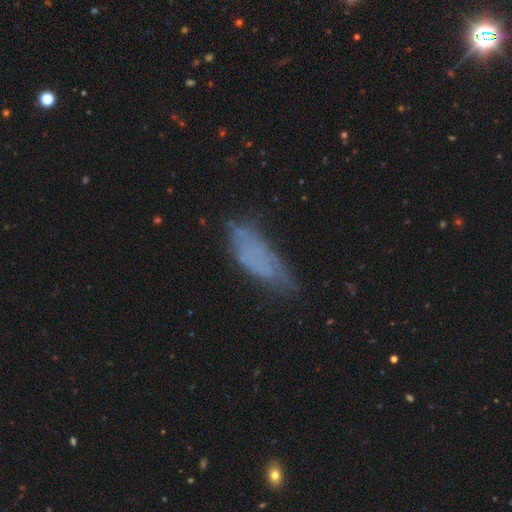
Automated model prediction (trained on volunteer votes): Q: Smooth or featured?
A: smooth (51%); runner-up: featured or disk (35%)
Q: How rounded?
A: in between (65%); runner-up: cigar-shaped (32%)
Q: Merging?
A: none (44%); runner-up: minor disturbance (31%)